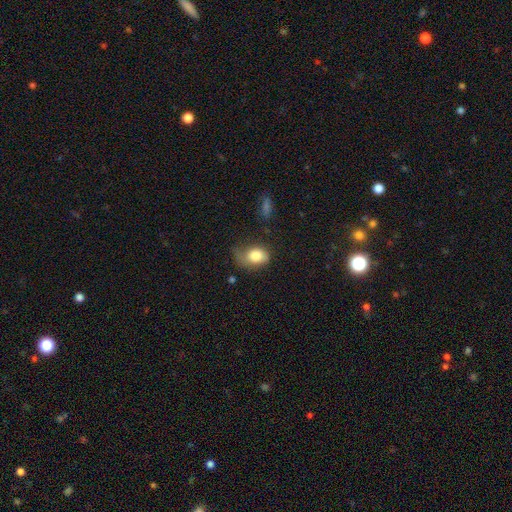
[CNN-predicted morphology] type=smooth (80%); roundness=in between (72%); merging=minor disturbance (36%).